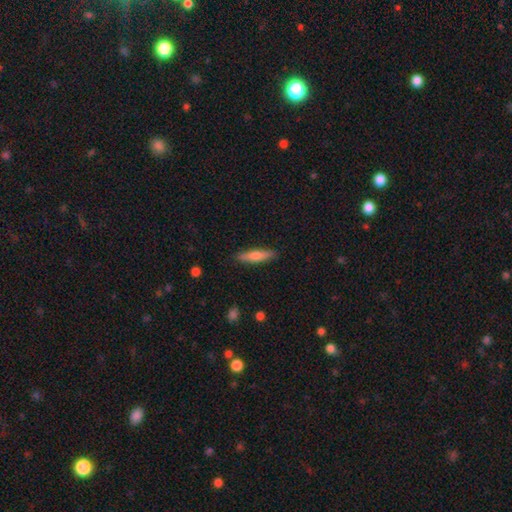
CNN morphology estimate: The model was most divided on "smooth or featured": smooth: 65%, featured or disk: 29%, star or artifact: 6%. More confident: merging — none (89%); how rounded — cigar-shaped (83%).